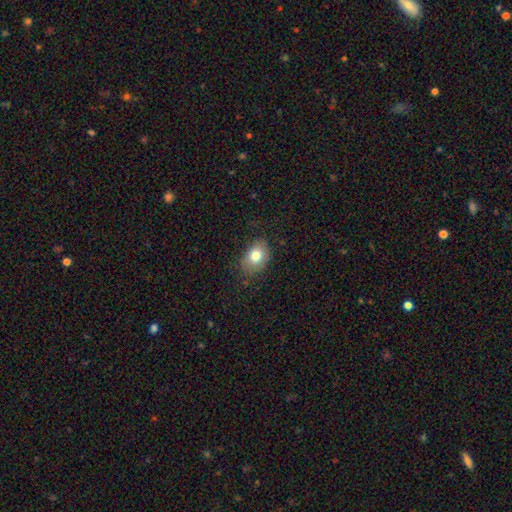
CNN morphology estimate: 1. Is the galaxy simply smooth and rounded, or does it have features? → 79% smooth, 13% featured or disk, 9% star or artifact.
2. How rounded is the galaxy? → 78% in between, 21% round, 1% cigar-shaped.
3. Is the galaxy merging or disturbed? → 76% none, 18% minor disturbance, 5% major disturbance, 1% merger.